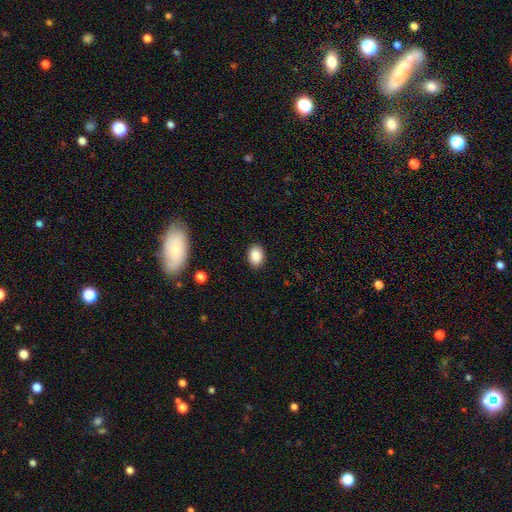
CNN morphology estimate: smooth-or-featured: smooth: 87% | star or artifact: 8% | featured or disk: 4%
  how-rounded: in between: 76% | round: 23% | cigar-shaped: 1%
  merging: none: 89% | minor disturbance: 8% | major disturbance: 2% | merger: 1%